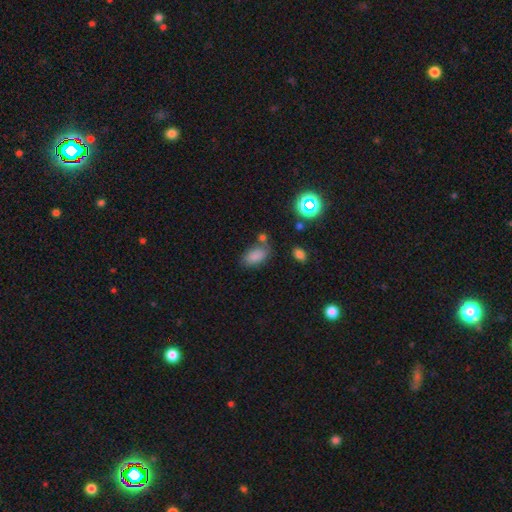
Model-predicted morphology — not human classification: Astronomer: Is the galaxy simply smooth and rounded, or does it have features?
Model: smooth — 81%.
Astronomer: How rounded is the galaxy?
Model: in between — 92%.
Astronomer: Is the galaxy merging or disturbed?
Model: none — 61%.